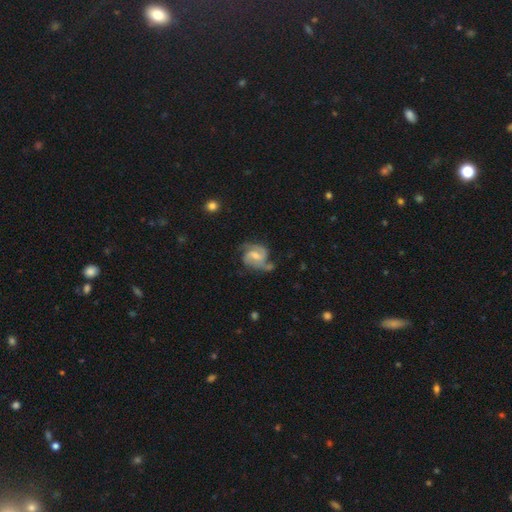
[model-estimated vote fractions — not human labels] featured or disk 83%, smooth 11%, star or artifact 6%. Down the decision tree: edge-on disk — no (98%); bar — weak (56%); spiral arms — yes (96%); spiral arm count — 2 (74%); spiral winding — medium (53%); bulge size — moderate (45%); merging — none (54%).